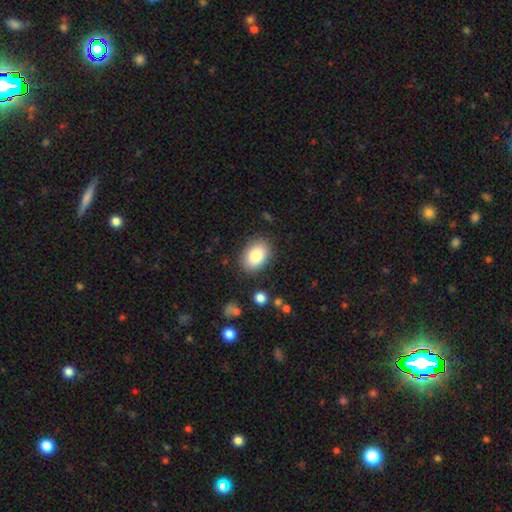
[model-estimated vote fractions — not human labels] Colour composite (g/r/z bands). It shows a smooth galaxy with no disk features (85%) that is in between round and cigar-shaped (81%). Merging: none (85%).